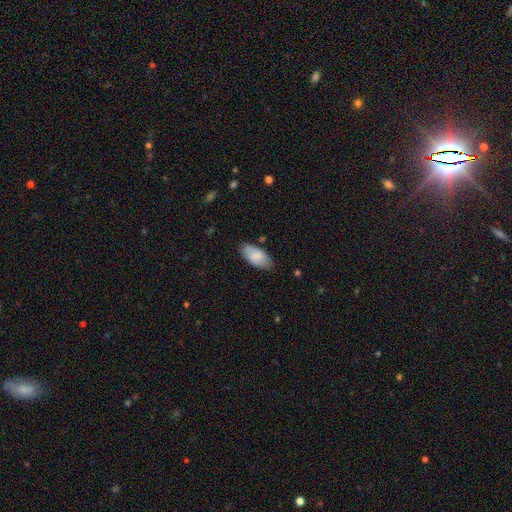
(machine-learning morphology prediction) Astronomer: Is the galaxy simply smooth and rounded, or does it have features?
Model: smooth — 82%.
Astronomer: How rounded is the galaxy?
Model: in between — 93%.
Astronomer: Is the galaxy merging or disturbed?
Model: none — 79%.